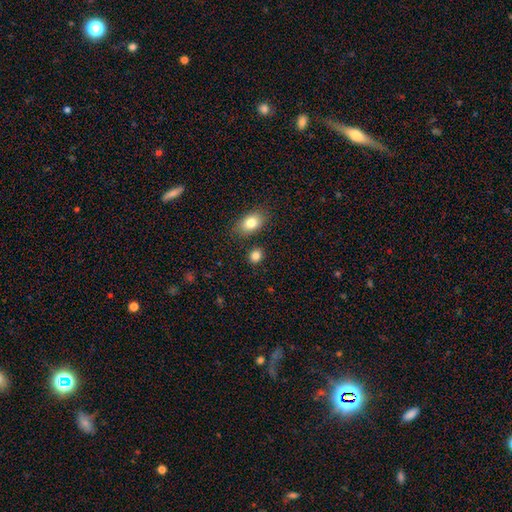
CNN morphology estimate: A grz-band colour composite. It shows a smooth galaxy with no disk features (84%) that is round (58%). Merging: none (82%).